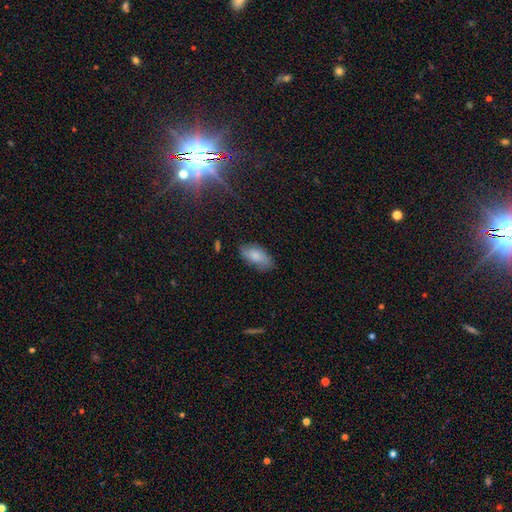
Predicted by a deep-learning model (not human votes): Smooth or featured?
  - smooth: 80% *
  - featured or disk: 13%
  - star or artifact: 7%
How rounded?
  - in between: 91% *
  - cigar-shaped: 6%
  - round: 3%
Merging?
  - none: 75% *
  - minor disturbance: 19%
  - major disturbance: 4%
  - merger: 2%